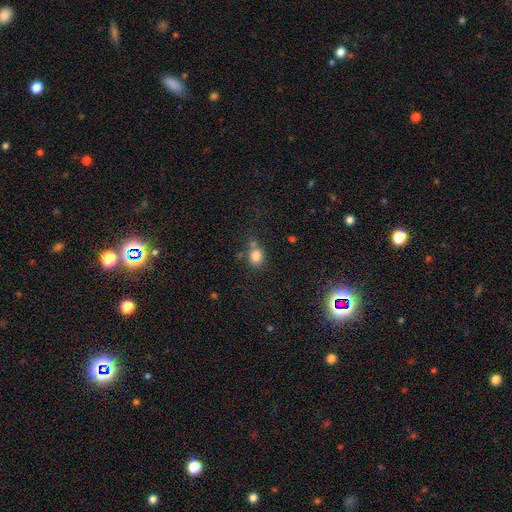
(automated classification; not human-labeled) Overall: smooth (81%). How rounded: round (68%; in between 31%). Merging: none (60%).